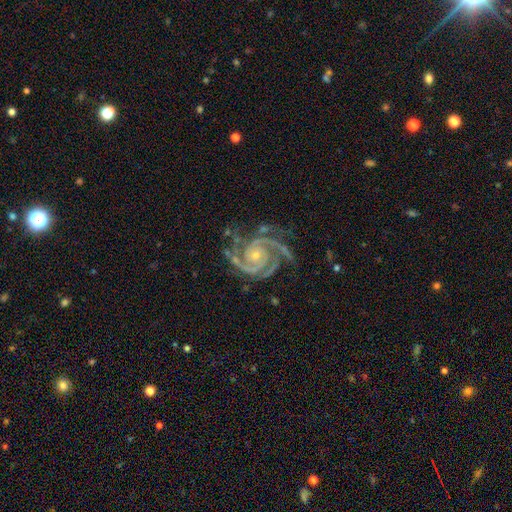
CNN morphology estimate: Overall: featured or disk (94%). Edge-on disk: no (98%). Bar: no (72%). Spiral arms: yes (99%). Spiral arm count: 3 (42%; 2 35%). Spiral winding: tight (62%; medium 35%). Bulge size: small (71%). Merging: none (68%).